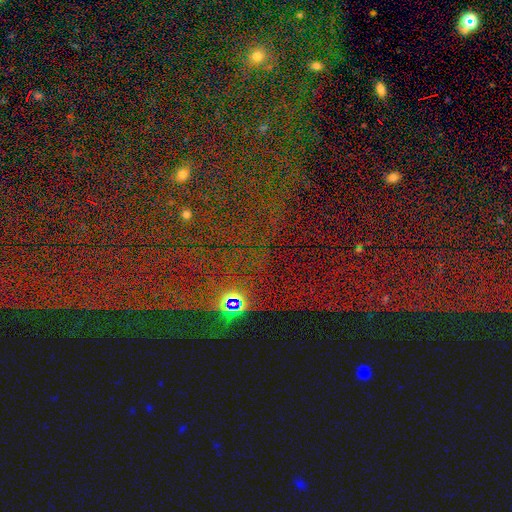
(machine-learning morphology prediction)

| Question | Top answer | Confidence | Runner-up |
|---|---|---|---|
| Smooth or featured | star or artifact | 79% | smooth (11%) |